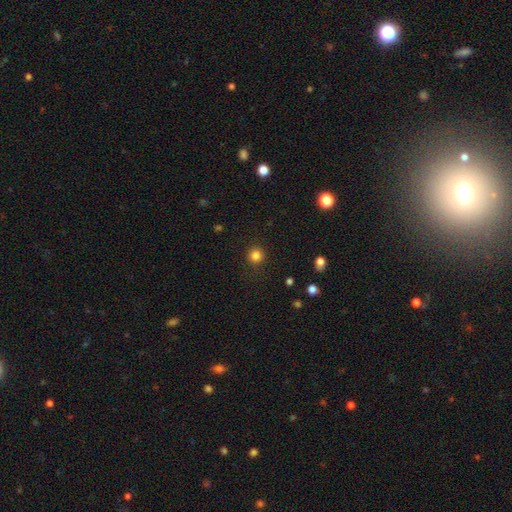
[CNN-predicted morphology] This is clearly a smooth galaxy (83%). How rounded: clearly round (94%). Merging: clearly none (90%).